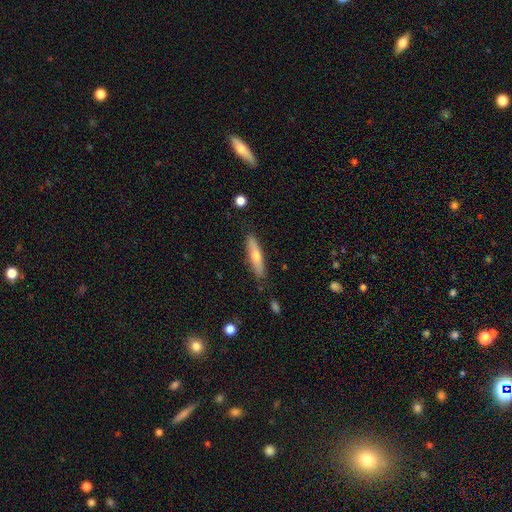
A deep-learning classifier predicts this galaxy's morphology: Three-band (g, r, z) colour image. It shows a smooth galaxy with no disk features (52%) that is cigar-shaped (80%). Merging: none (85%).